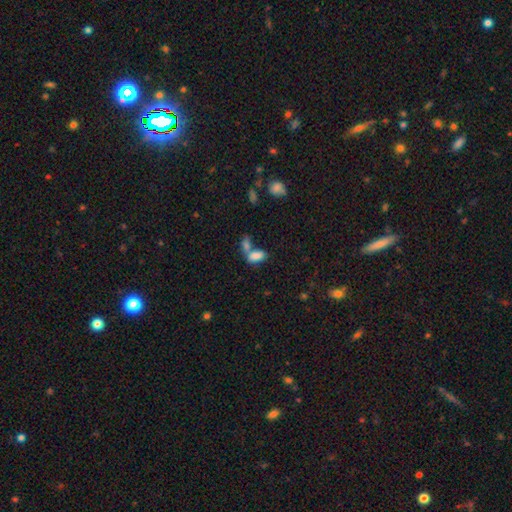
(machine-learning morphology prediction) smooth-or-featured: smooth: 82% | star or artifact: 10% | featured or disk: 9%
  how-rounded: in between: 89% | cigar-shaped: 7% | round: 4%
  merging: merger: 51% | none: 33% | minor disturbance: 10% | major disturbance: 6%